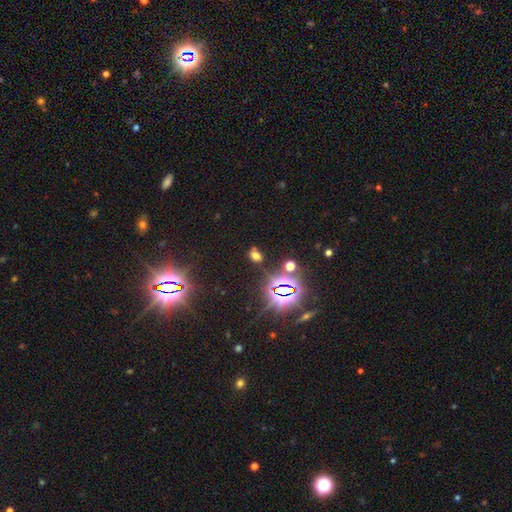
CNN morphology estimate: smooth 47%, star or artifact 45%, featured or disk 8%. Down the decision tree: merging — none (71%).